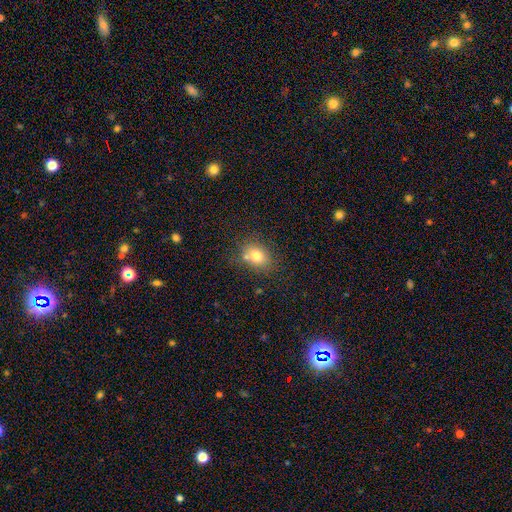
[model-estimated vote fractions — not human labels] Smooth or featured? Predicted: smooth (p=0.76). How rounded? Predicted: in between (p=0.51). Merging? Predicted: none (p=0.64).